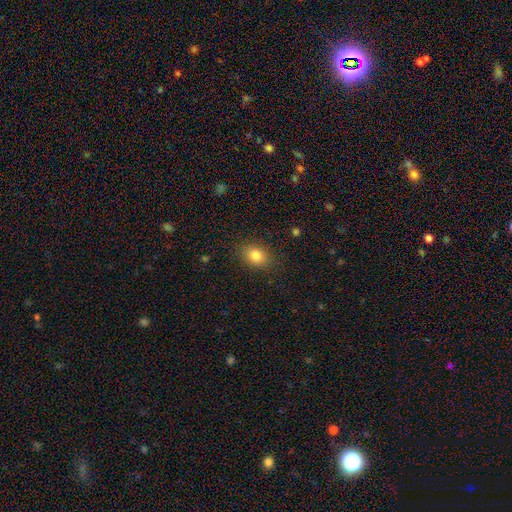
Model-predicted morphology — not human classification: Overall: smooth (82%). How rounded: in between (64%; round 34%). Merging: none (87%).